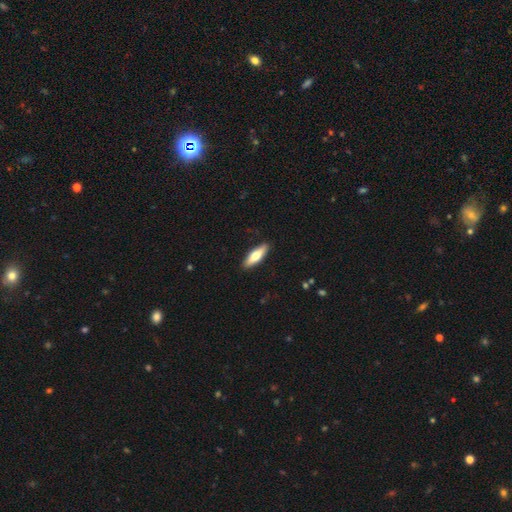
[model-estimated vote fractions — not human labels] A smooth galaxy with no disk features (63%) that is cigar-shaped (56%). Merging: none (90%).